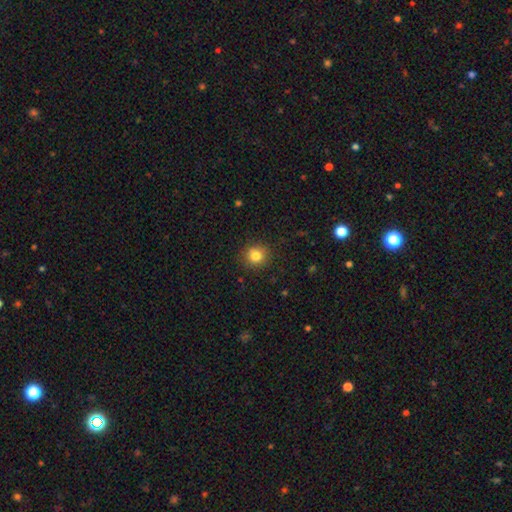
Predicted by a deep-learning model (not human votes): smooth-or-featured: smooth: 82% | star or artifact: 12% | featured or disk: 6%
  how-rounded: round: 88% | in between: 11% | cigar-shaped: 1%
  merging: none: 88% | minor disturbance: 8% | major disturbance: 2% | merger: 1%